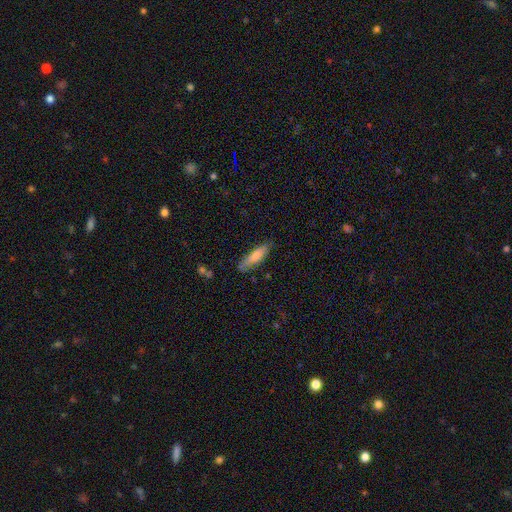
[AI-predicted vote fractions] This is likely a smooth galaxy (72%). How rounded: likely cigar-shaped (65%). Merging: likely none (78%).